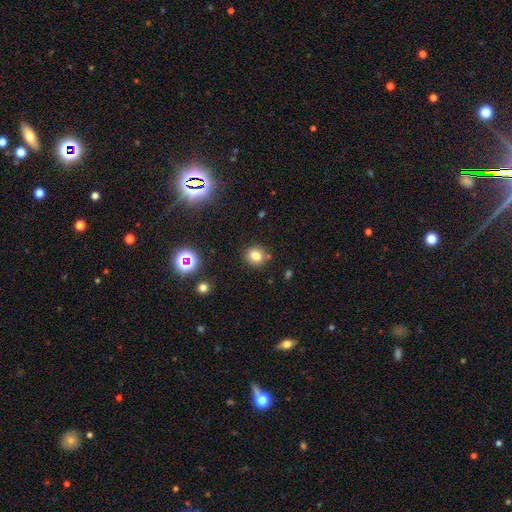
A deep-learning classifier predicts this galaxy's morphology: Smooth or featured?
  - smooth: 78% *
  - star or artifact: 14%
  - featured or disk: 7%
How rounded?
  - round: 75% *
  - in between: 24%
  - cigar-shaped: 1%
Merging?
  - none: 82% *
  - minor disturbance: 10%
  - merger: 5%
  - major disturbance: 3%